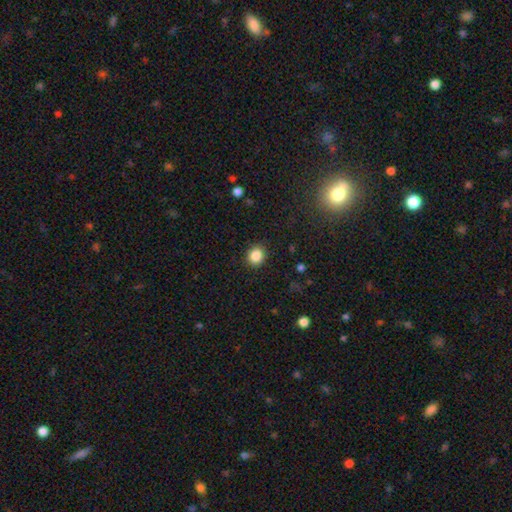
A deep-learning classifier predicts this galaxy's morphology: The model was most divided on "how rounded": round: 78%, in between: 21%, cigar-shaped: 1%. More confident: merging — none (90%); smooth or featured — smooth (87%).